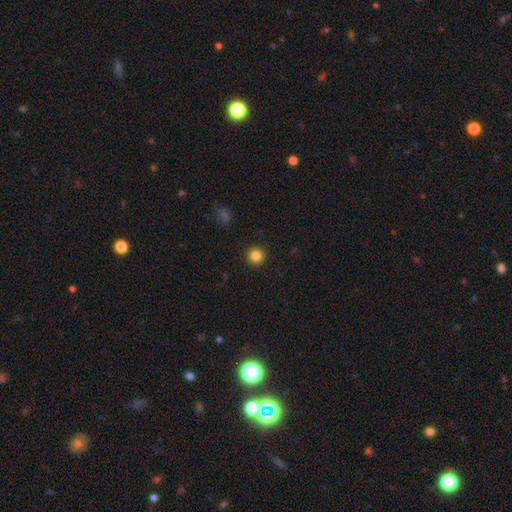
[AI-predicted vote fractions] smooth 84%, star or artifact 12%, featured or disk 4%. Down the decision tree: how rounded — round (95%); merging — none (93%).